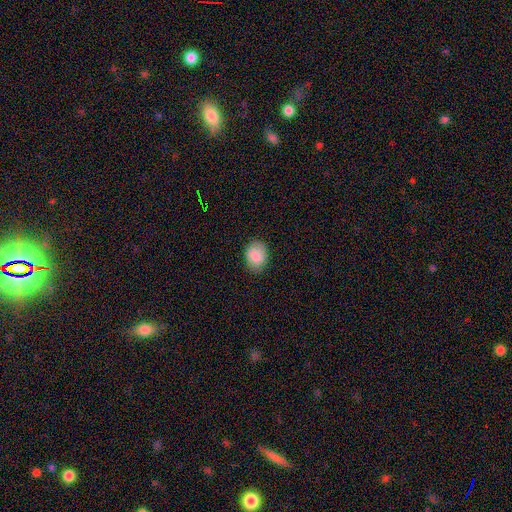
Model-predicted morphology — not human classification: This appears to be a smooth galaxy with no disk features (87%) that is in between round and cigar-shaped (64%). Merging: none (82%).